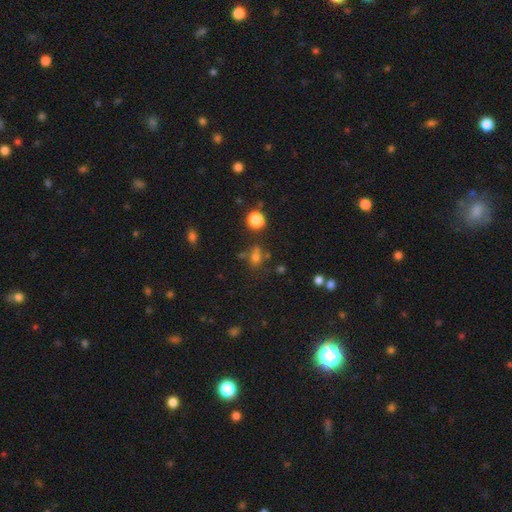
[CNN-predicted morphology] The model was most divided on "how rounded": round: 58%, in between: 40%, cigar-shaped: 2%. More confident: smooth or featured — smooth (67%); merging — none (61%).